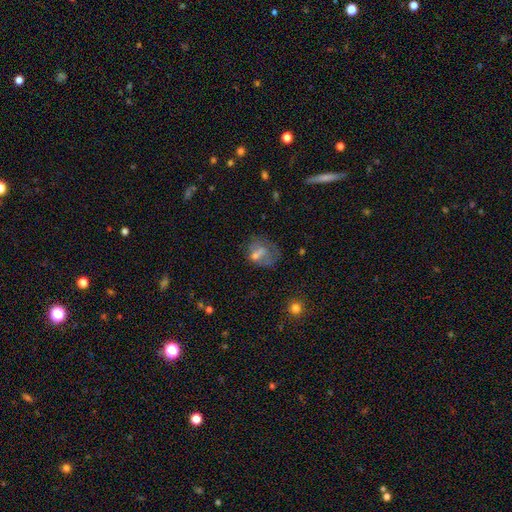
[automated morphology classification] Smooth or featured? Predicted: smooth (p=0.49). Merging? Predicted: none (p=0.41).